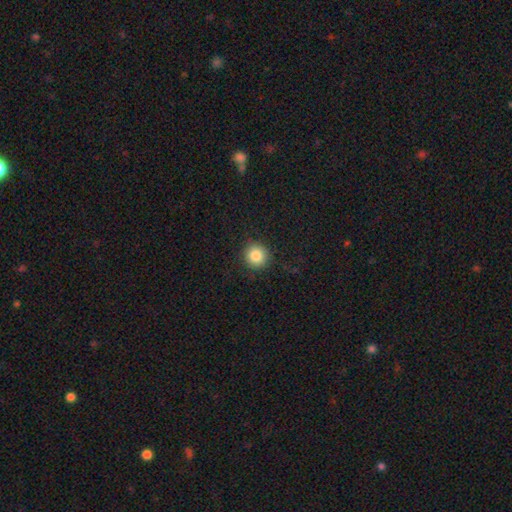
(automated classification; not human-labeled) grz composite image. It shows a smooth galaxy with no disk features (84%) that is round (92%). Merging: none (89%).